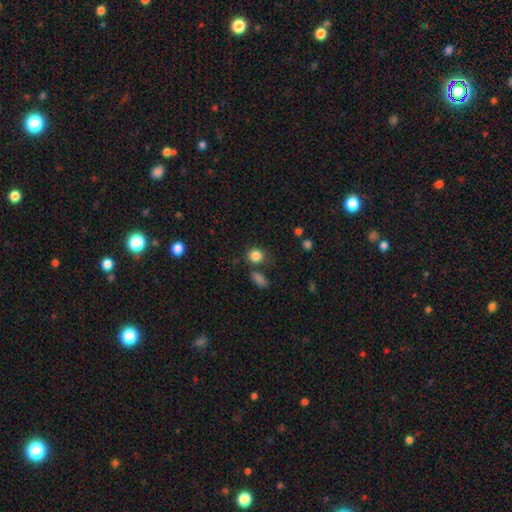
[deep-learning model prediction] This is clearly a smooth galaxy (84%). How rounded: likely round (72%). Merging: likely none (70%).